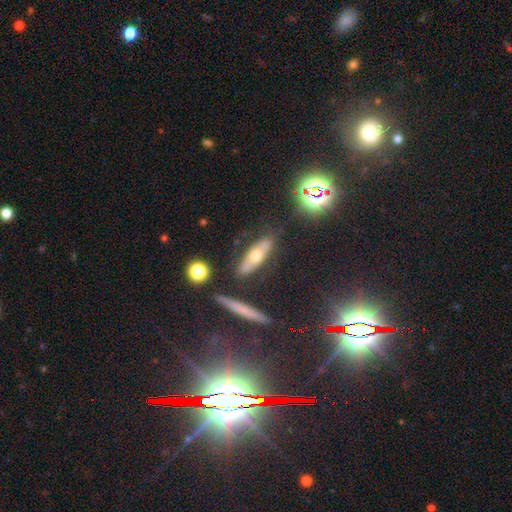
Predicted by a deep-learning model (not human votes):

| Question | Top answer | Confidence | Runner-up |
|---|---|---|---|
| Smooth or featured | smooth | 47% | featured or disk (39%) |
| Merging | none | 79% | minor disturbance (13%) |